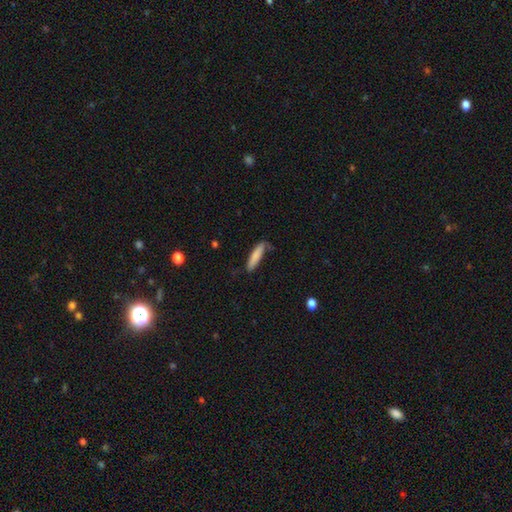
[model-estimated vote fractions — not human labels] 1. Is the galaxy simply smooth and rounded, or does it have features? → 81% smooth, 13% featured or disk, 6% star or artifact.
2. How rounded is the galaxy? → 80% cigar-shaped, 18% in between, 1% round.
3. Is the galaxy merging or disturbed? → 63% none, 26% minor disturbance, 8% major disturbance, 3% merger.